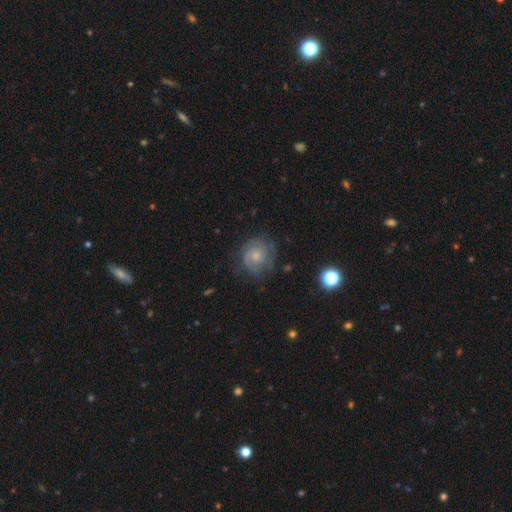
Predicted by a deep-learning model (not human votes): The model was most divided on "bulge size": moderate: 44%, small: 41%, none: 8%, large: 5%, dominant: 1%. More confident: edge-on disk — no (98%); spiral arms — yes (80%); bar — no (79%); merging — none (69%); smooth or featured — featured or disk (56%).